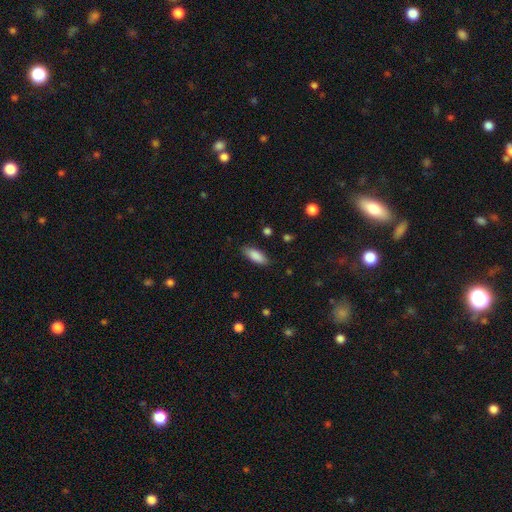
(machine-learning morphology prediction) type=smooth (87%); roundness=in between (75%); merging=none (85%).